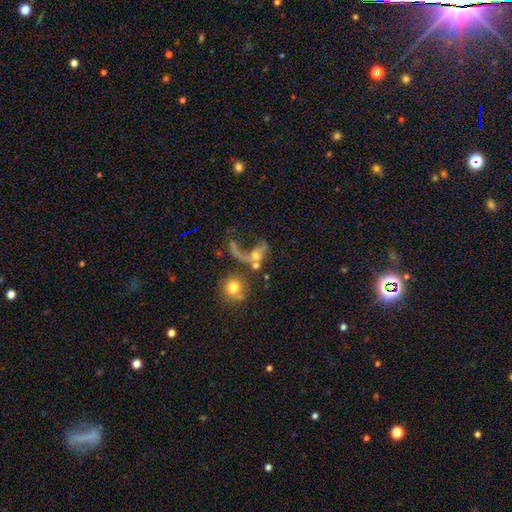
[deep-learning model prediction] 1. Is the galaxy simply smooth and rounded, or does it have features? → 46% featured or disk, 39% smooth, 14% star or artifact.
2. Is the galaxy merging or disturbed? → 39% major disturbance, 32% merger, 20% none, 9% minor disturbance.